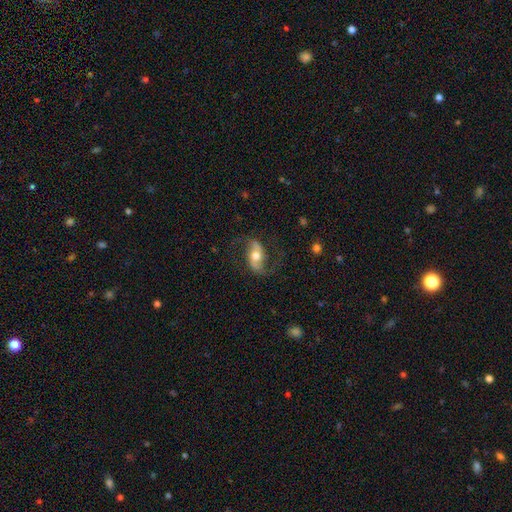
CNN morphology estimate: This appears to be a featured or disk galaxy (76%) with no bar (35%), 2 (92%) loose (65%) spiral arms (92%) and a moderate central bulge (71%). Merging: none (72%).